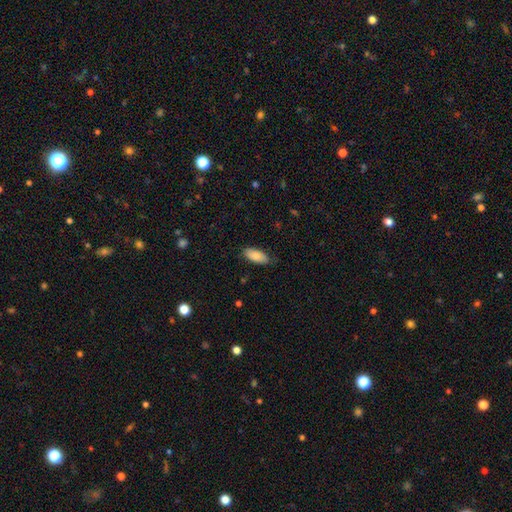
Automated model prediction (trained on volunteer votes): Q: Smooth or featured?
A: smooth (85%); runner-up: featured or disk (9%)
Q: How rounded?
A: in between (88%); runner-up: cigar-shaped (11%)
Q: Merging?
A: none (78%); runner-up: minor disturbance (18%)